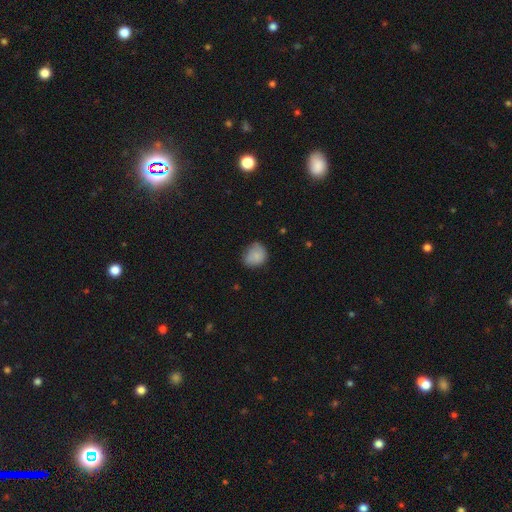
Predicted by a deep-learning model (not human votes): The model was most divided on "how rounded": round: 61%, in between: 38%, cigar-shaped: 1%. More confident: smooth or featured — smooth (83%); merging — none (58%).